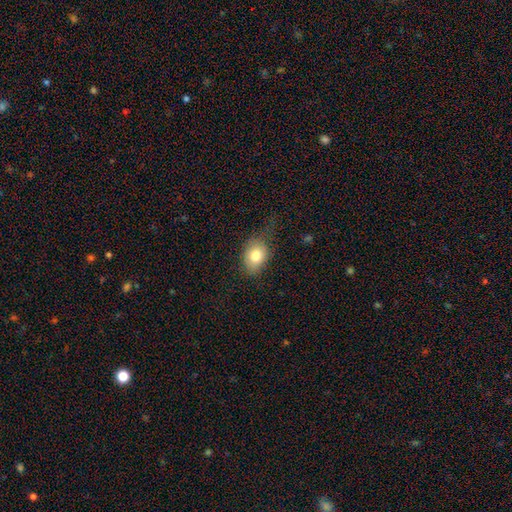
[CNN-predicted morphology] A smooth galaxy with no disk features (79%) that is in between round and cigar-shaped (68%).

Vote fractions:
- Smooth or featured? smooth: 79% / featured or disk: 12% / star or artifact: 9%
- How rounded? in between: 68% / round: 31% / cigar-shaped: 1%
- Merging? none: 58% / minor disturbance: 28% / major disturbance: 12% / merger: 2%